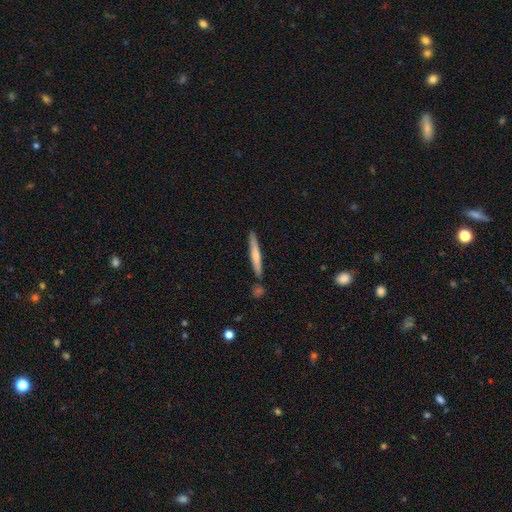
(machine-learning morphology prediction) Smooth or featured: smooth — 61% (featured or disk — 34%)
How rounded: cigar-shaped — 95% (in between — 4%)
Merging: none — 84% (minor disturbance — 10%)